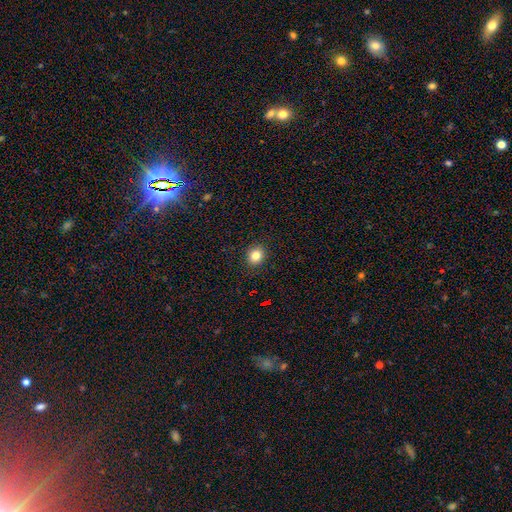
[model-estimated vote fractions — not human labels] This is clearly a smooth galaxy (83%). How rounded: likely round (71%). Merging: clearly none (91%).